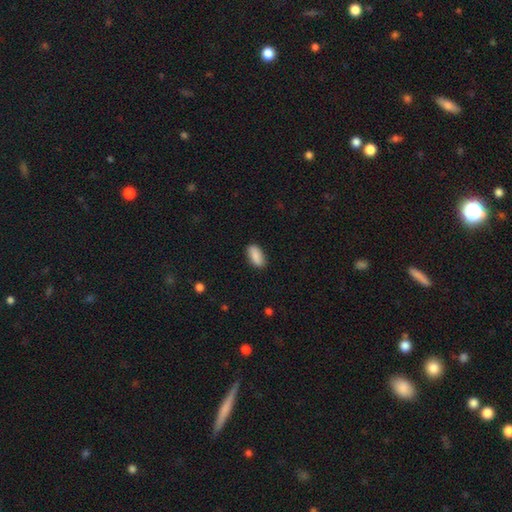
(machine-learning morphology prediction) A smooth galaxy with no disk features (86%) that is in between round and cigar-shaped (88%). Merging: none (86%).